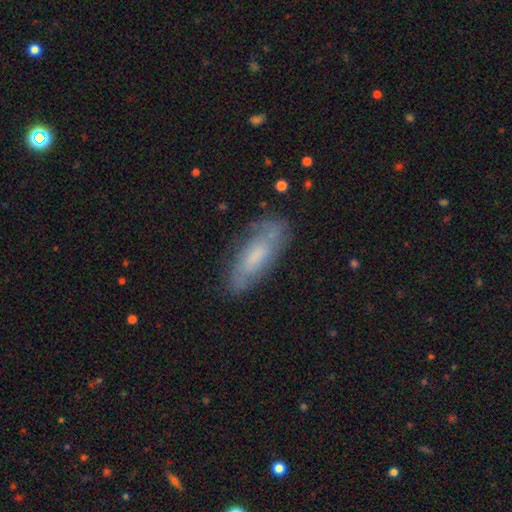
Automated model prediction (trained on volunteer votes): Q: Smooth or featured?
A: smooth (46%); tied with: featured or disk (46%)
Q: Merging?
A: none (72%); runner-up: minor disturbance (20%)